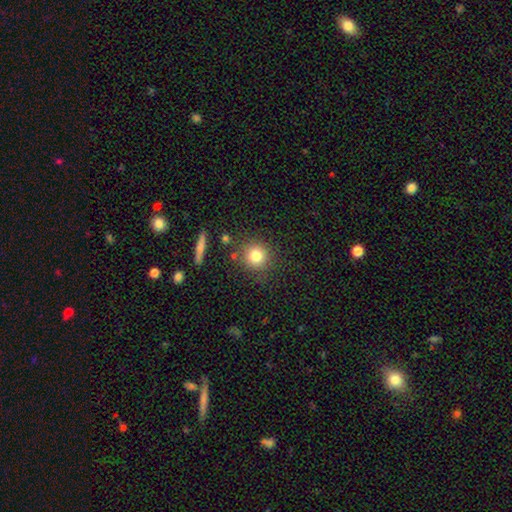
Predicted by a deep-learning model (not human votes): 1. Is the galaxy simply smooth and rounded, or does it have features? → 81% smooth, 11% star or artifact, 8% featured or disk.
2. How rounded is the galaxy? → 92% round, 7% in between, 1% cigar-shaped.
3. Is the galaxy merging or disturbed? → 83% none, 9% minor disturbance, 5% merger, 3% major disturbance.